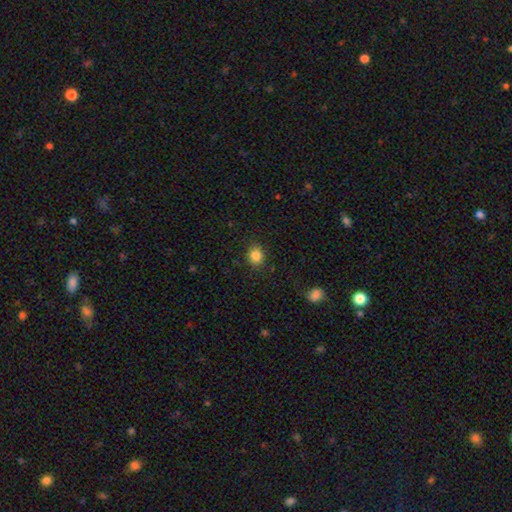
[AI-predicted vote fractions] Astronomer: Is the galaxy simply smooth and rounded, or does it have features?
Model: smooth — 85%.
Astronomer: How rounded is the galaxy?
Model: round — 68%.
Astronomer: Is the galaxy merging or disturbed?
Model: none — 87%.